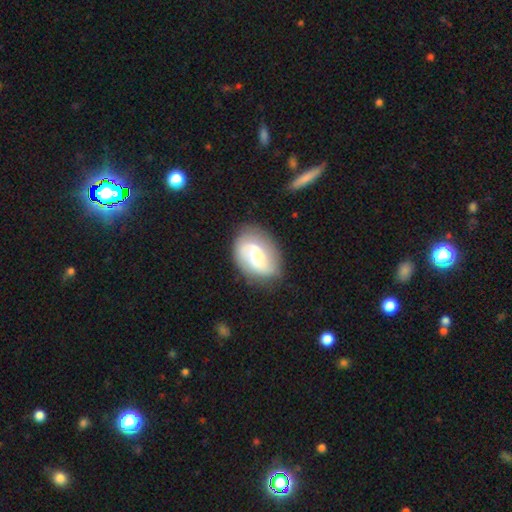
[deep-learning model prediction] Smooth or featured: featured or disk — 69% (smooth — 25%)
Edge-on disk: no — 97% (yes — 3%)
Bar: no — 49% (weak — 40%)
Spiral arms: yes — 92% (no — 8%)
Spiral winding: medium — 44% (loose — 37%)
Spiral arm count: 2 — 80% (can't tell — 8%)
Bulge size: small — 45% (moderate — 32%)
Merging: none — 71% (minor disturbance — 18%)